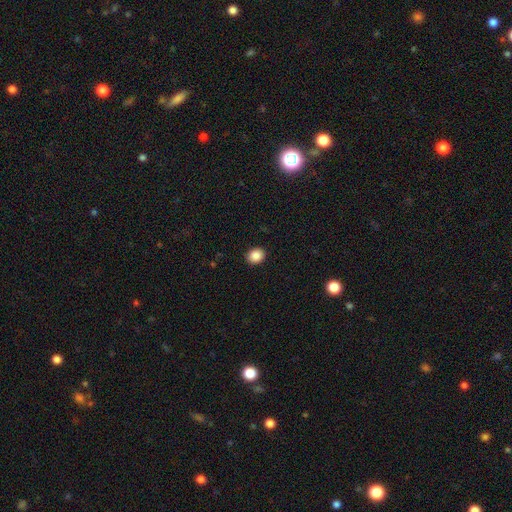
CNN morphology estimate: This appears to be a smooth galaxy with no disk features (88%) that is round (61%). Merging: none (91%).